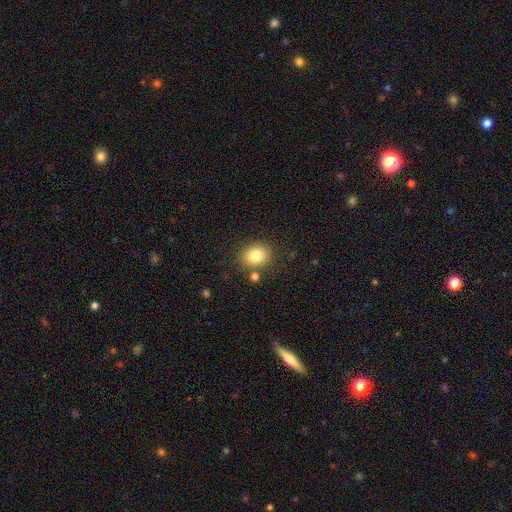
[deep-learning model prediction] Smooth or featured: smooth — 81% (star or artifact — 10%)
How rounded: round — 56% (in between — 43%)
Merging: none — 80% (minor disturbance — 11%)